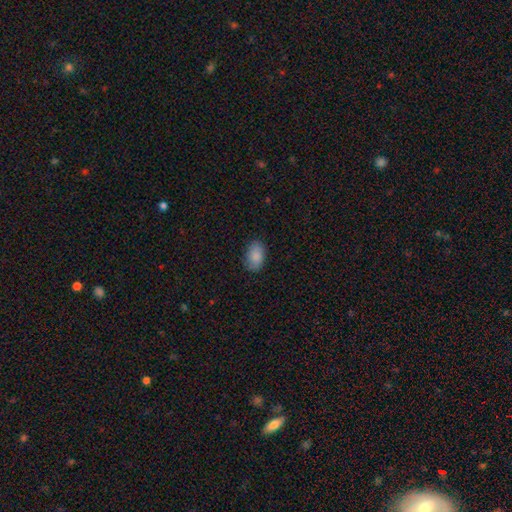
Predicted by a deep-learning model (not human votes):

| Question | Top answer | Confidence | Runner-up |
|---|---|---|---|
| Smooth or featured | smooth | 87% | star or artifact (7%) |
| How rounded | in between | 92% | round (7%) |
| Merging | none | 84% | minor disturbance (12%) |